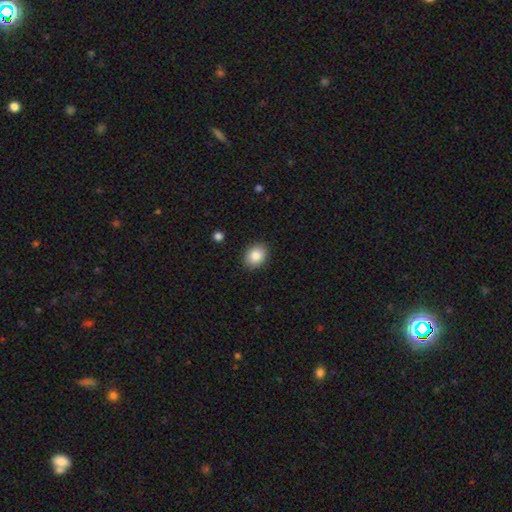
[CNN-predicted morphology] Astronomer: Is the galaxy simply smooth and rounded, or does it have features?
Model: smooth — 86%.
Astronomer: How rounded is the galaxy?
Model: round — 51% (runner-up: in between, 48%).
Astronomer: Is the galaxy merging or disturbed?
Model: none — 89%.